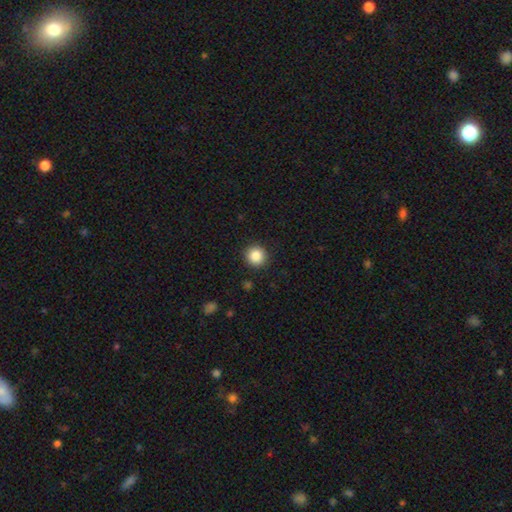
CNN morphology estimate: smooth-or-featured: smooth: 87% | star or artifact: 9% | featured or disk: 4%
  how-rounded: round: 94% | in between: 5% | cigar-shaped: 1%
  merging: none: 91% | minor disturbance: 6% | major disturbance: 2% | merger: 1%